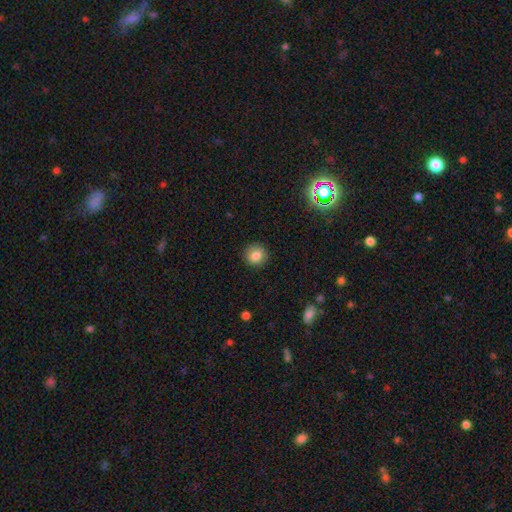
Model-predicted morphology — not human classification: Overall: smooth (83%). How rounded: round (89%). Merging: none (90%).